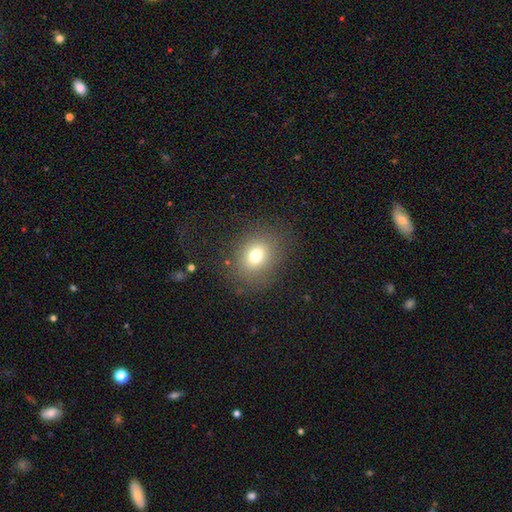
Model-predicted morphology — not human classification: smooth-or-featured: smooth: 74% | star or artifact: 15% | featured or disk: 11%
  how-rounded: round: 53% | in between: 46% | cigar-shaped: 1%
  merging: none: 82% | minor disturbance: 11% | major disturbance: 6% | merger: 1%